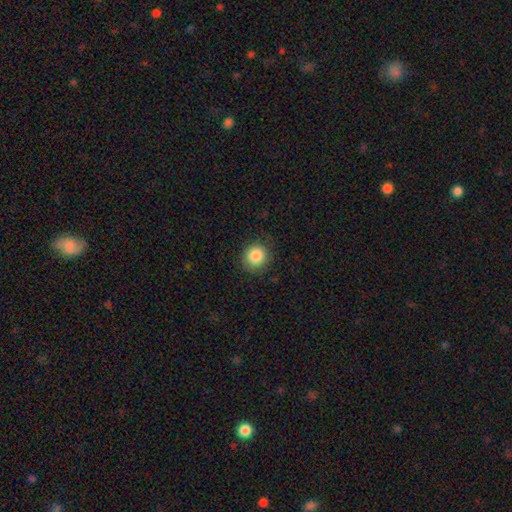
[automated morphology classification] Smooth or featured? smooth (87%)
How rounded? round (86%)
Merging? none (86%)